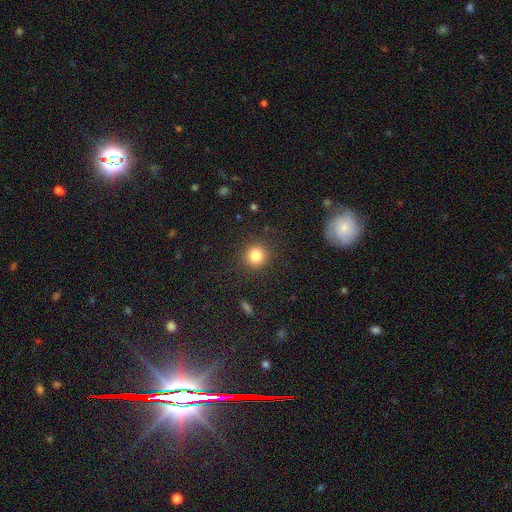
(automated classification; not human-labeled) This is clearly a smooth galaxy (82%). How rounded: clearly round (93%). Merging: clearly none (90%).